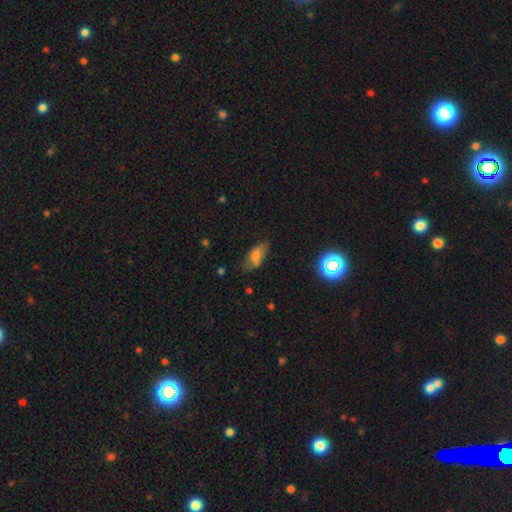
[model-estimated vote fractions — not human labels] The model was most divided on "merging": none: 62%, minor disturbance: 27%, major disturbance: 8%, merger: 3%. More confident: how rounded — in between (86%); smooth or featured — smooth (64%).